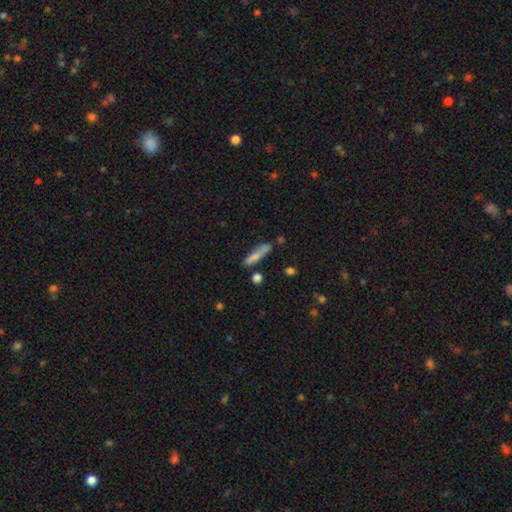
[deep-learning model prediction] Smooth or featured? Predicted: smooth (p=0.76). How rounded? Predicted: cigar-shaped (p=0.80). Merging? Predicted: none (p=0.63).